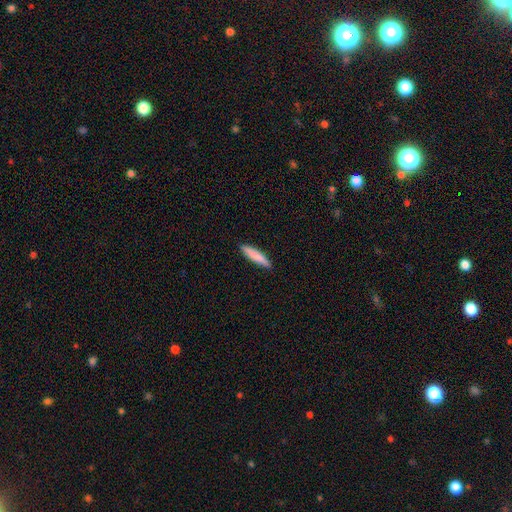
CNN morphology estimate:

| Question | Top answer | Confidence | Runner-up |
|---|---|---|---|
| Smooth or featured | smooth | 84% | featured or disk (11%) |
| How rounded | cigar-shaped | 88% | in between (11%) |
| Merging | none | 90% | minor disturbance (7%) |